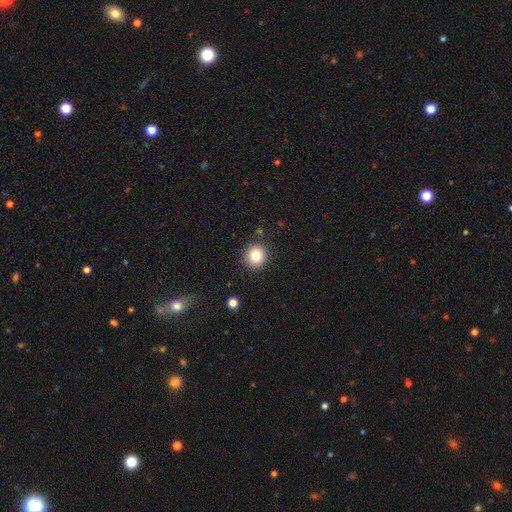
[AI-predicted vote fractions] Smooth or featured? Predicted: smooth (p=0.84). How rounded? Predicted: round (p=0.90). Merging? Predicted: none (p=0.87).